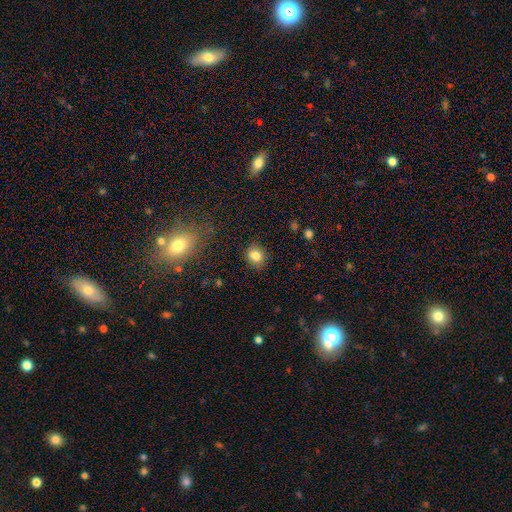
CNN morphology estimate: Smooth or featured: smooth — 82% (star or artifact — 11%)
How rounded: round — 68% (in between — 31%)
Merging: none — 85% (minor disturbance — 11%)